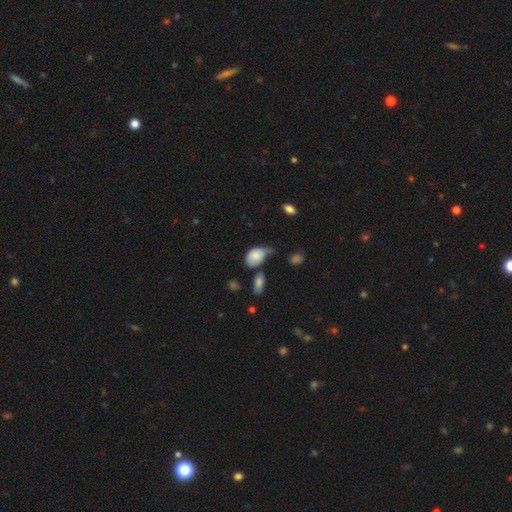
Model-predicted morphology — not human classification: A smooth galaxy with no disk features (79%) that is in between round and cigar-shaped (84%).

Vote fractions:
- Smooth or featured? smooth: 79% / featured or disk: 14% / star or artifact: 7%
- How rounded? in between: 84% / round: 15% / cigar-shaped: 2%
- Merging? minor disturbance: 42% / none: 30% / major disturbance: 17% / merger: 11%